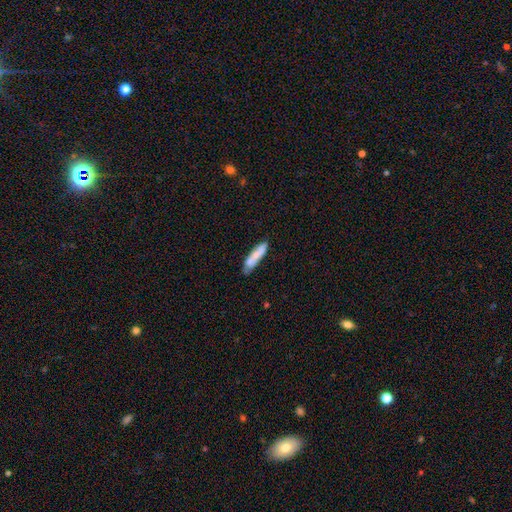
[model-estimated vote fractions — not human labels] The model was most divided on "merging": none: 59%, minor disturbance: 22%, merger: 13%, major disturbance: 6%. More confident: how rounded — cigar-shaped (75%); smooth or featured — smooth (69%).